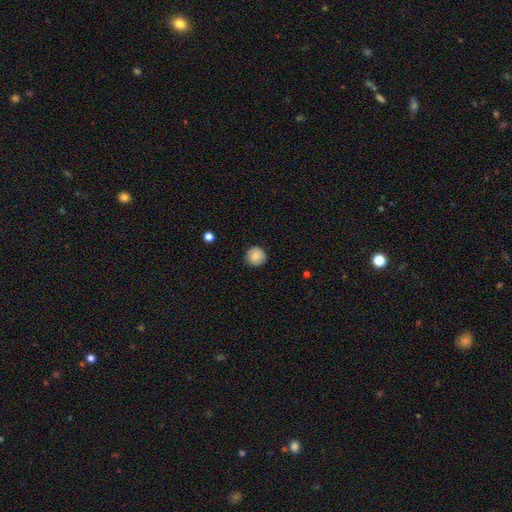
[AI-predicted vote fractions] Smooth or featured? Predicted: smooth (p=0.78). How rounded? Predicted: round (p=0.93). Merging? Predicted: none (p=0.87).